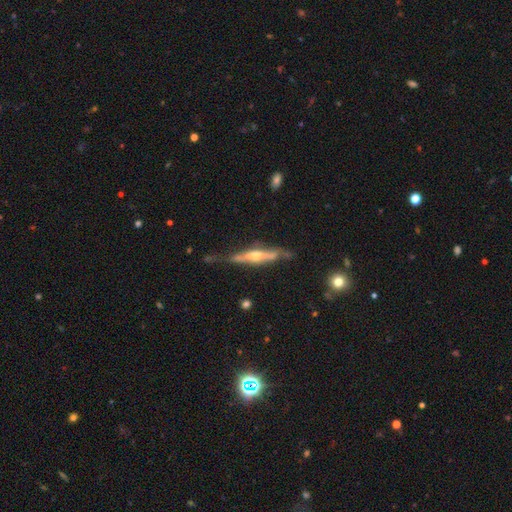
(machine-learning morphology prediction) A featured or disk galaxy (78%) viewed edge-on (91%) with a rounded central bulge (82%).

Vote fractions:
- Smooth or featured? featured or disk: 78% / smooth: 17% / star or artifact: 6%
- Edge-on disk? yes: 91% / no: 9%
- Edge-on bulge? rounded: 82% / none: 9% / boxy: 8%
- Merging? none: 63% / minor disturbance: 25% / major disturbance: 8% / merger: 3%